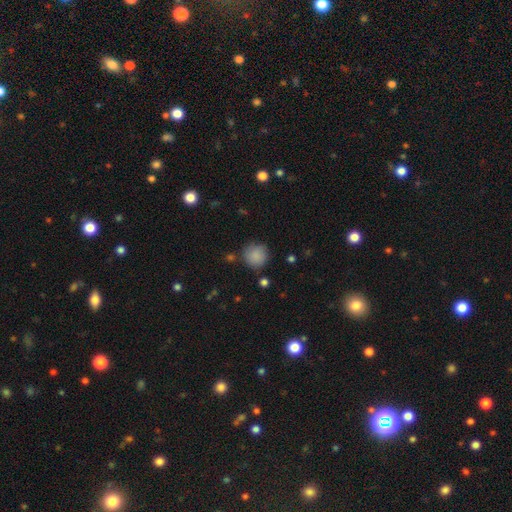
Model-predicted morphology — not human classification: Overall: smooth (87%). How rounded: round (92%). Merging: none (80%).